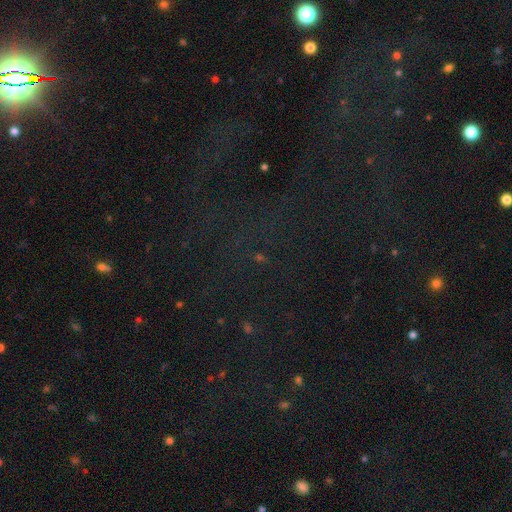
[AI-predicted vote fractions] The model was most divided on "smooth or featured": star or artifact: 74%, smooth: 15%, featured or disk: 11%.